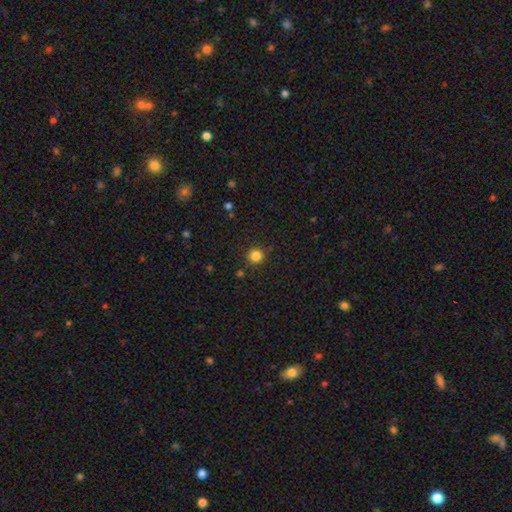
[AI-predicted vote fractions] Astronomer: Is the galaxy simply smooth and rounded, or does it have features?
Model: smooth — 84%.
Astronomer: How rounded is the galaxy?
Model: round — 95%.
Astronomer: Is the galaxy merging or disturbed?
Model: none — 89%.